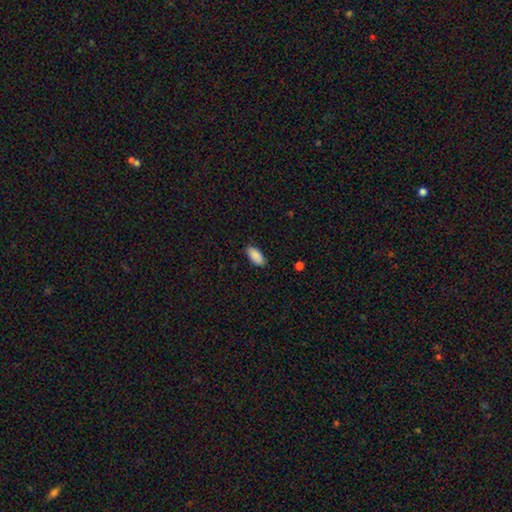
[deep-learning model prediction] The model was most divided on "merging": none: 86%, minor disturbance: 10%, major disturbance: 2%, merger: 1%. More confident: how rounded — in between (90%); smooth or featured — smooth (90%).